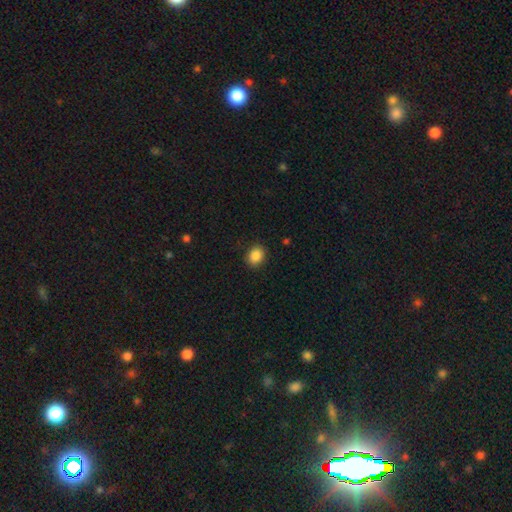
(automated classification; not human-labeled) Smooth or featured?
  - smooth: 87% *
  - star or artifact: 9%
  - featured or disk: 4%
How rounded?
  - round: 58% *
  - in between: 41%
  - cigar-shaped: 1%
Merging?
  - none: 89% *
  - minor disturbance: 8%
  - major disturbance: 2%
  - merger: 1%